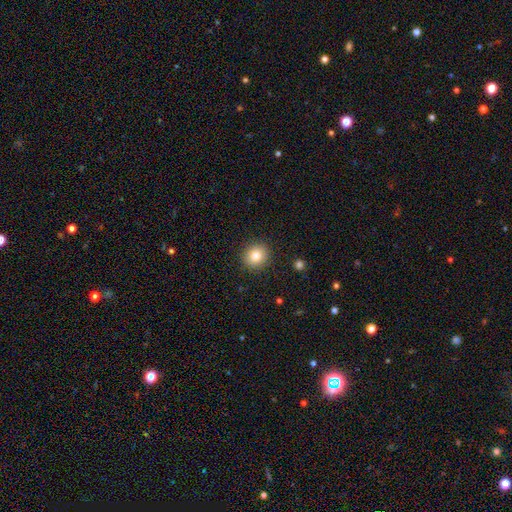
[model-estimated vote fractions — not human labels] smooth 82%, star or artifact 10%, featured or disk 8%. Down the decision tree: how rounded — round (88%); merging — none (91%).